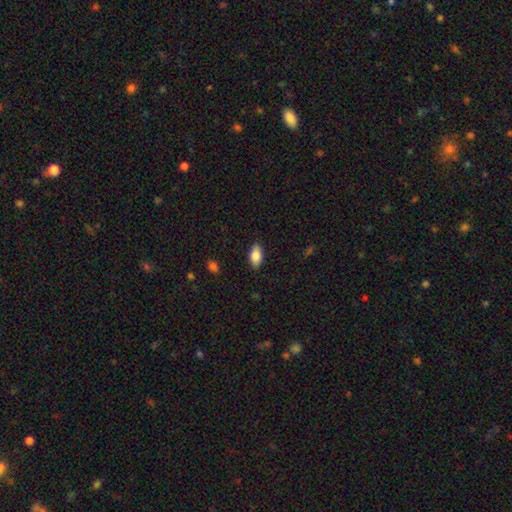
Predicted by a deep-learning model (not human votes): This appears to be a smooth galaxy with no disk features (84%) that is in between round and cigar-shaped (91%). Merging: none (87%).